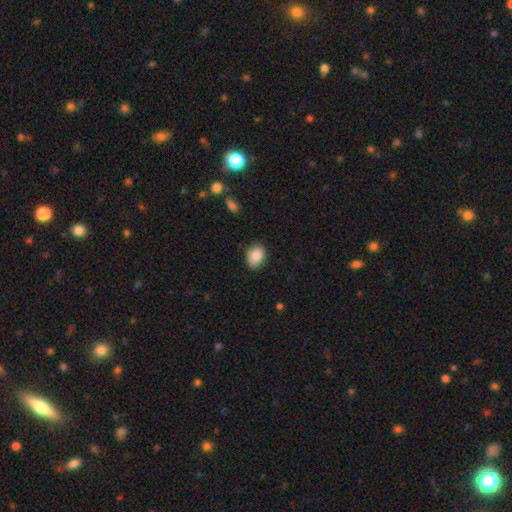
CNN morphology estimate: Q: Smooth or featured?
A: smooth (88%); runner-up: star or artifact (8%)
Q: How rounded?
A: in between (68%); runner-up: round (31%)
Q: Merging?
A: none (80%); runner-up: minor disturbance (16%)